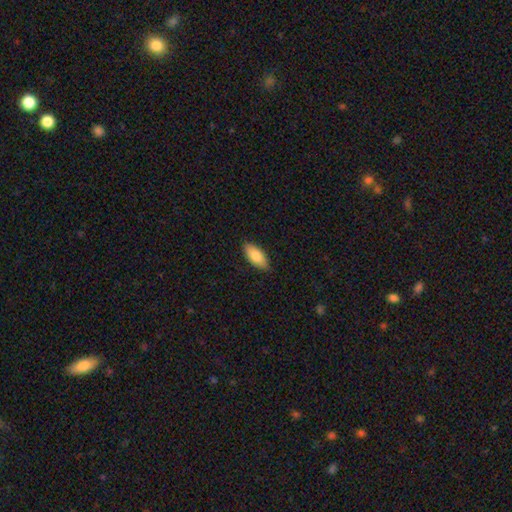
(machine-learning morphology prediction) Smooth or featured: smooth — 82% (featured or disk — 12%)
How rounded: in between — 86% (cigar-shaped — 12%)
Merging: none — 85% (minor disturbance — 12%)